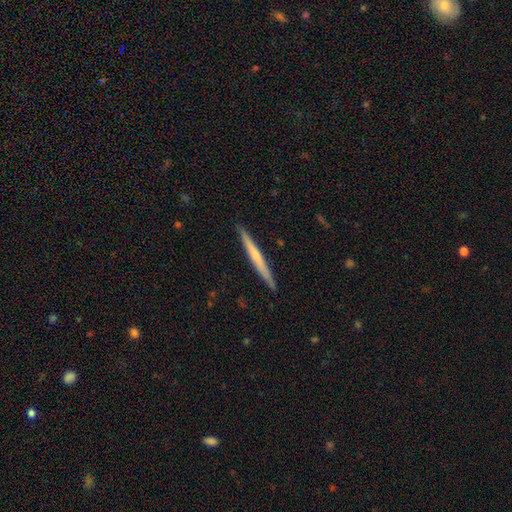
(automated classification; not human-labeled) A featured or disk galaxy (54%) viewed edge-on (97%) with no central bulge (58%). Merging: none (91%).